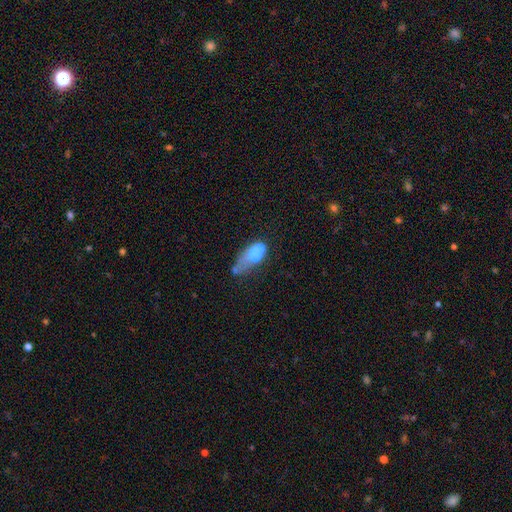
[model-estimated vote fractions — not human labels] Smooth or featured: smooth — 52% (featured or disk — 37%)
How rounded: in between — 71% (round — 15%)
Merging: merger — 42% (major disturbance — 24%)